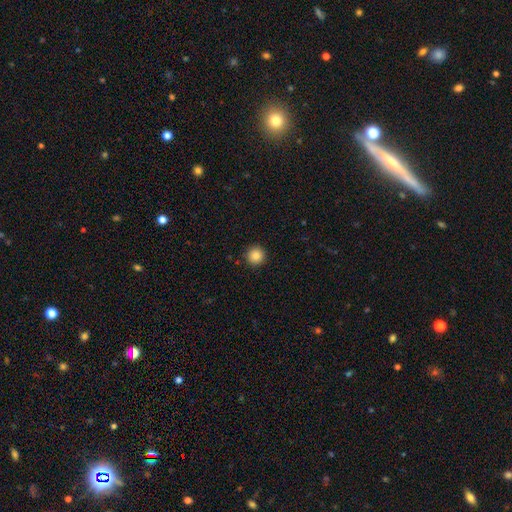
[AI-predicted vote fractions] This is clearly a smooth galaxy (86%). How rounded: clearly round (96%). Merging: clearly none (92%).